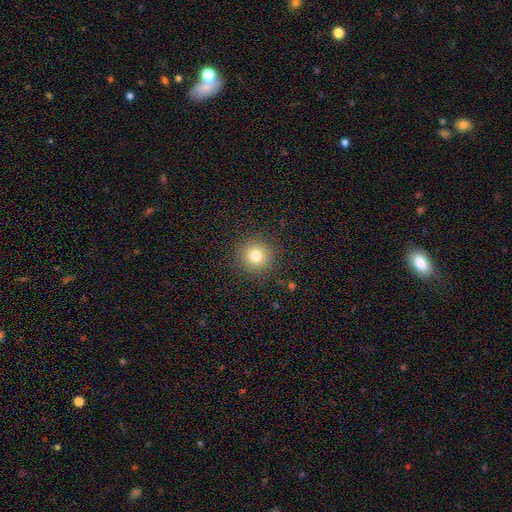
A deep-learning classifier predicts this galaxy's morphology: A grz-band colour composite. It shows a smooth galaxy with no disk features (79%) that is round (94%). Merging: none (90%).